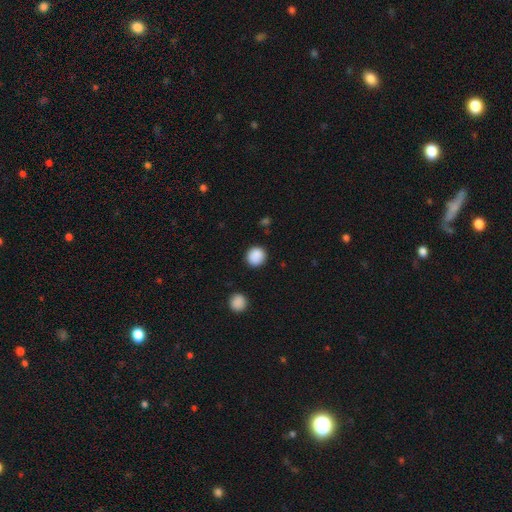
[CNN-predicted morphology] Overall: smooth (88%). How rounded: round (92%). Merging: none (89%).